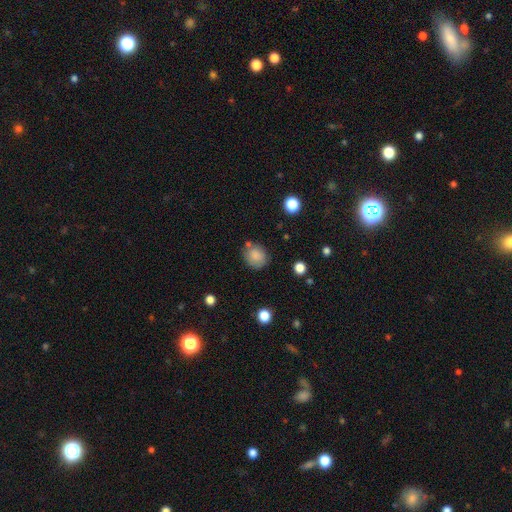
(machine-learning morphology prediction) type=smooth (84%); roundness=round (77%); merging=none (73%).